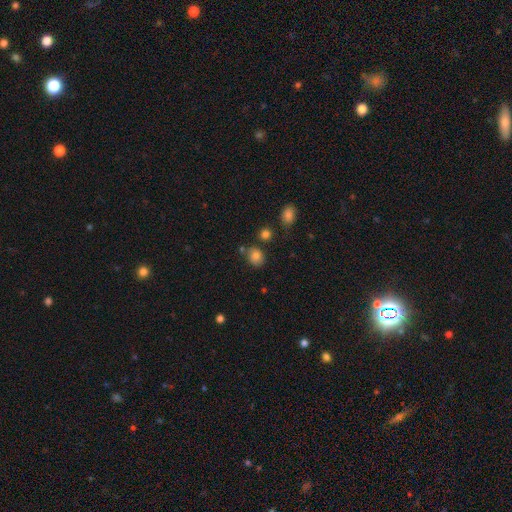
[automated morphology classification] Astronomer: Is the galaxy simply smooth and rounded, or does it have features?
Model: smooth — 81%.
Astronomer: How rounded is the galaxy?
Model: round — 63%.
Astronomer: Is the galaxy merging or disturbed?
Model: none — 73%.